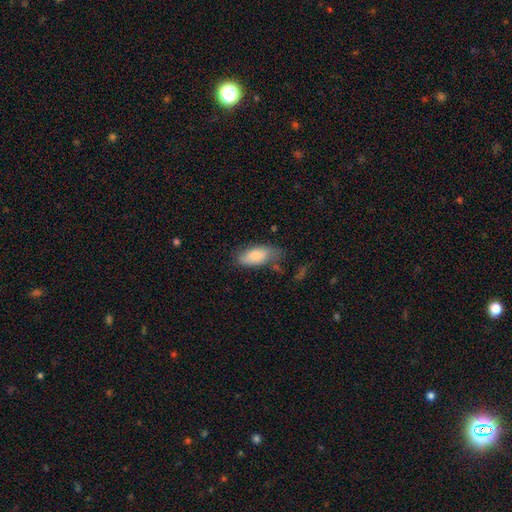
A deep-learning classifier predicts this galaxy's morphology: Smooth or featured?
  - smooth: 83% *
  - featured or disk: 11%
  - star or artifact: 6%
How rounded?
  - in between: 88% *
  - cigar-shaped: 9%
  - round: 2%
Merging?
  - none: 59% *
  - minor disturbance: 28%
  - major disturbance: 9%
  - merger: 4%